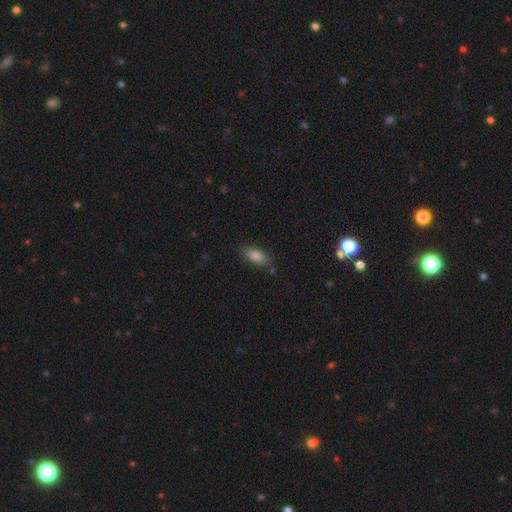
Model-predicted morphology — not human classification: The model was most divided on "merging": none: 80%, minor disturbance: 14%, major disturbance: 3%, merger: 3%. More confident: smooth or featured — smooth (84%); how rounded — in between (84%).